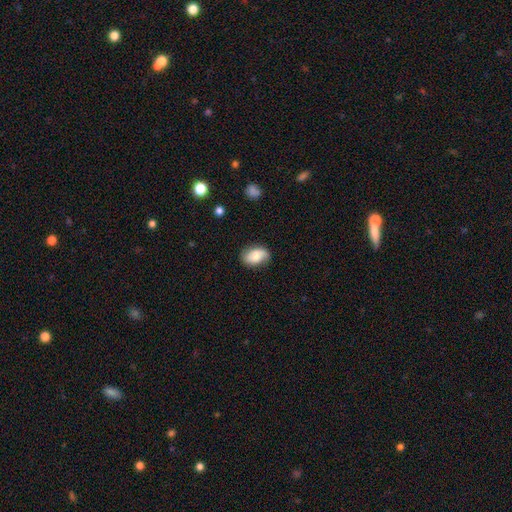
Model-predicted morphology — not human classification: smooth_or_featured: smooth (p=0.71) [alt: featured or disk p=0.21]
how_rounded: in between (p=0.87) [alt: round p=0.11]
merging: none (p=0.72) [alt: minor disturbance p=0.22]